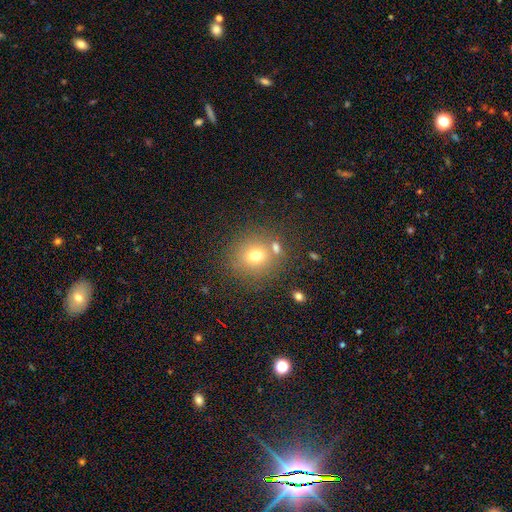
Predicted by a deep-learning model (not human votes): The model was most divided on "smooth or featured": smooth: 71%, star or artifact: 16%, featured or disk: 13%. More confident: how rounded — round (86%); merging — none (71%).